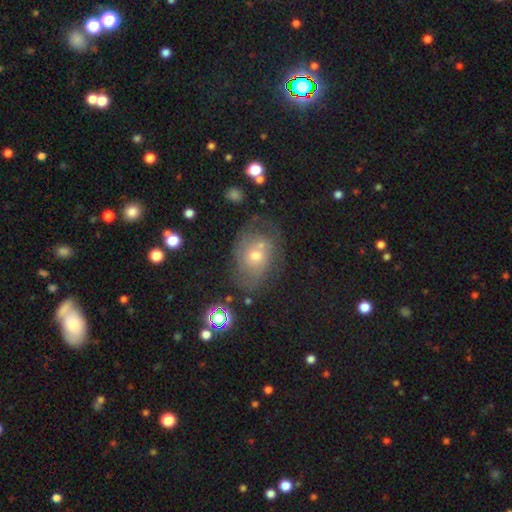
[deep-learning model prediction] smooth_or_featured: featured or disk (p=0.43) [alt: smooth p=0.40]
merging: none (p=0.50) [alt: minor disturbance p=0.23]